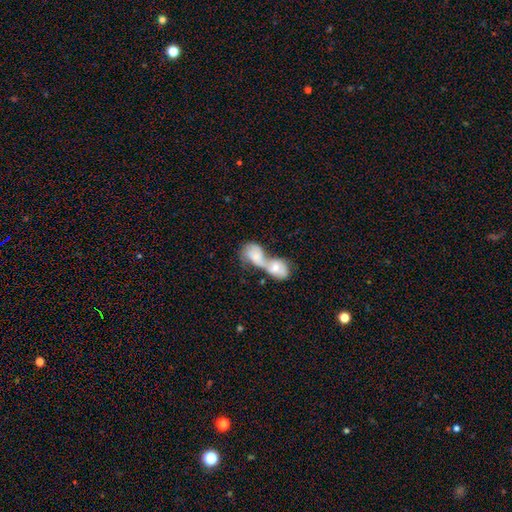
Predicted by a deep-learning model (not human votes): Smooth or featured? Predicted: smooth (p=0.63). How rounded? Predicted: in between (p=0.65). Merging? Predicted: merger (p=0.84).